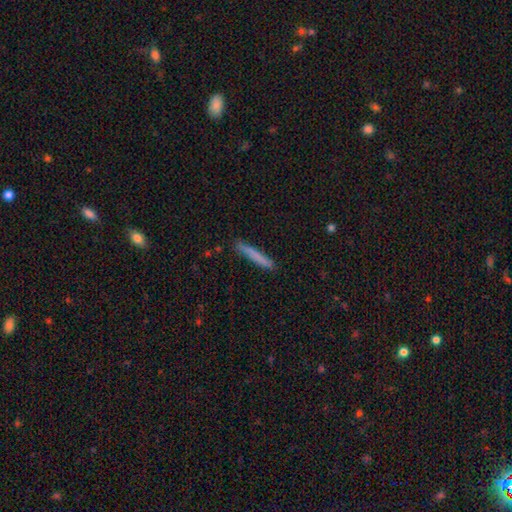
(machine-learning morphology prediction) This is likely a smooth galaxy (76%). How rounded: clearly cigar-shaped (96%). Merging: clearly none (87%).